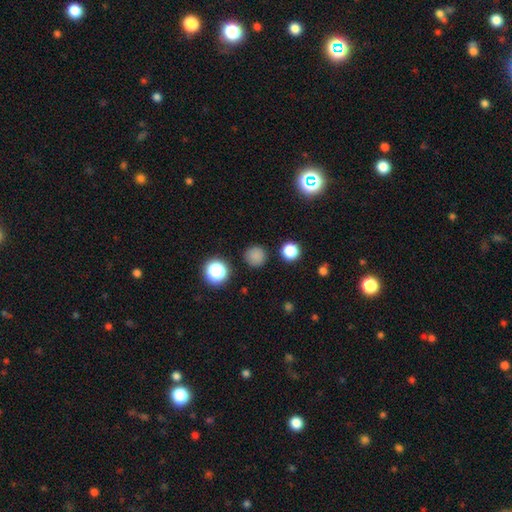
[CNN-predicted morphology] smooth-or-featured: smooth: 80% | star or artifact: 16% | featured or disk: 4%
  how-rounded: round: 95% | in between: 4% | cigar-shaped: 1%
  merging: none: 88% | minor disturbance: 7% | major disturbance: 3% | merger: 2%